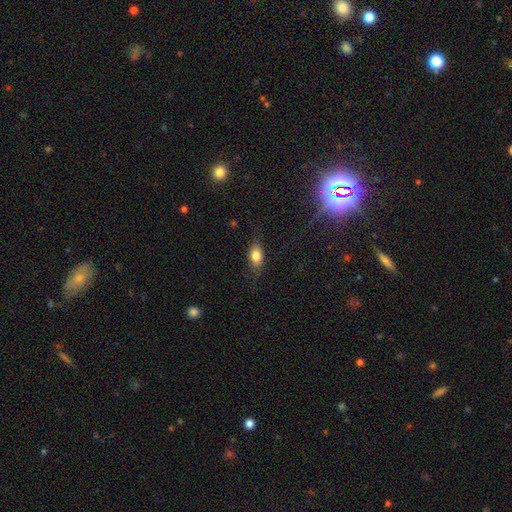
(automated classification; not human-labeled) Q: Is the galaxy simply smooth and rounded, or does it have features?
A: smooth — 80%.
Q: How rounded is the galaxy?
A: in between — 86%.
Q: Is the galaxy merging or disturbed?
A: none — 77%.